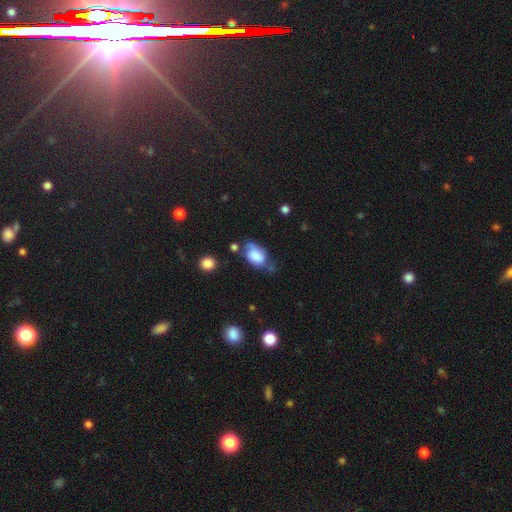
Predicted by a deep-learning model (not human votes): This is likely a smooth galaxy (65%). How rounded: clearly in between (88%). Merging: marginally none (38%).